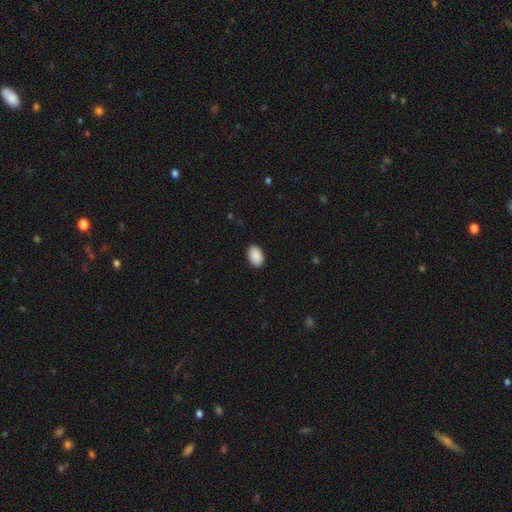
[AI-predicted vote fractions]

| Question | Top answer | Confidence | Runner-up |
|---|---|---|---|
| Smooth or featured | smooth | 91% | star or artifact (6%) |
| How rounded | in between | 92% | round (7%) |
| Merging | none | 90% | minor disturbance (8%) |